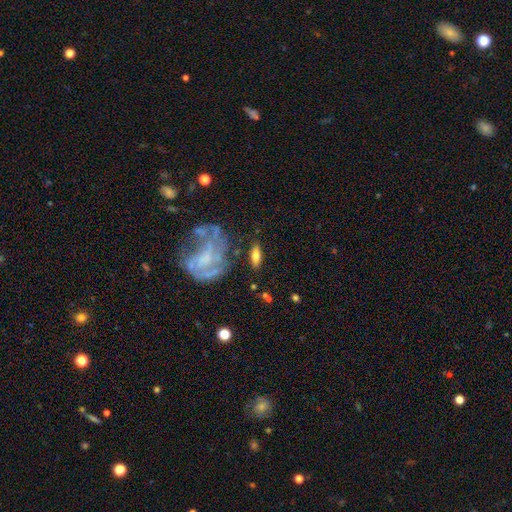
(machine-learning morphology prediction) This appears to be a smooth galaxy with no disk features (60%) that is in between round and cigar-shaped (70%). Merging: none (78%).